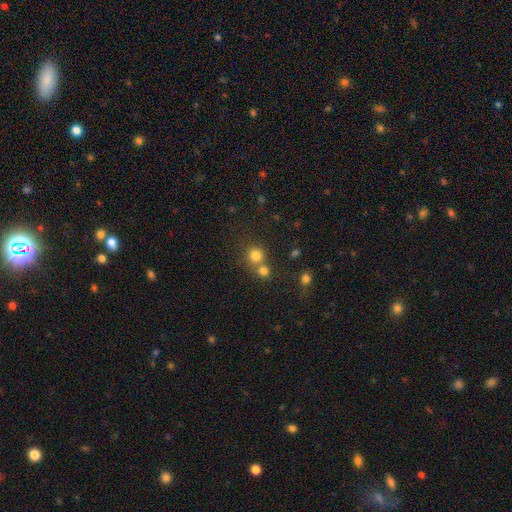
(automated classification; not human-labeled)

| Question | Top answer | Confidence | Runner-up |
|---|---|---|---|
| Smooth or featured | smooth | 78% | star or artifact (15%) |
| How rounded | round | 90% | in between (9%) |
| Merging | none | 55% | merger (36%) |